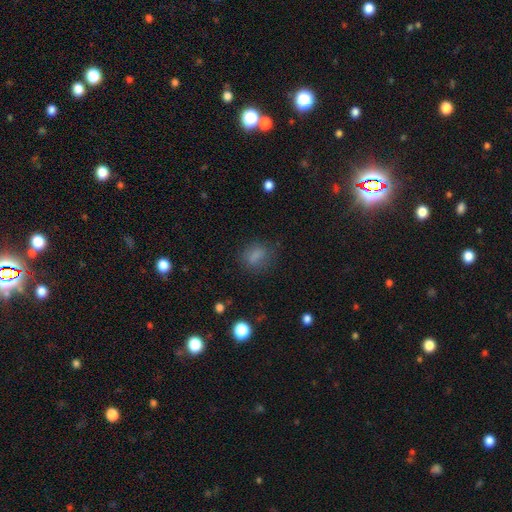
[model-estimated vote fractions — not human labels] smooth 79%, star or artifact 13%, featured or disk 8%. Down the decision tree: how rounded — in between (58%); merging — none (75%).